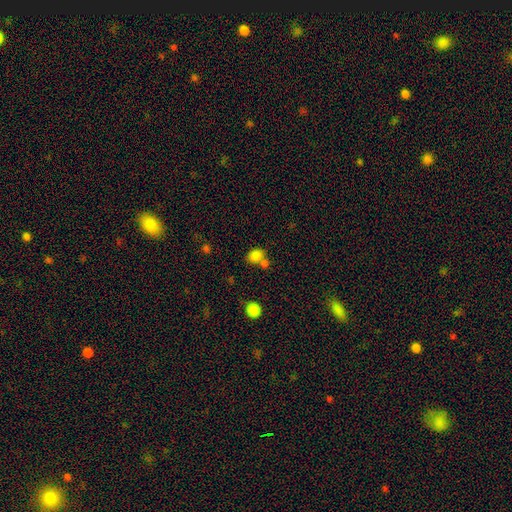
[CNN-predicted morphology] smooth 82%, star or artifact 11%, featured or disk 6%. Down the decision tree: how rounded — in between (50%); merging — none (51%).